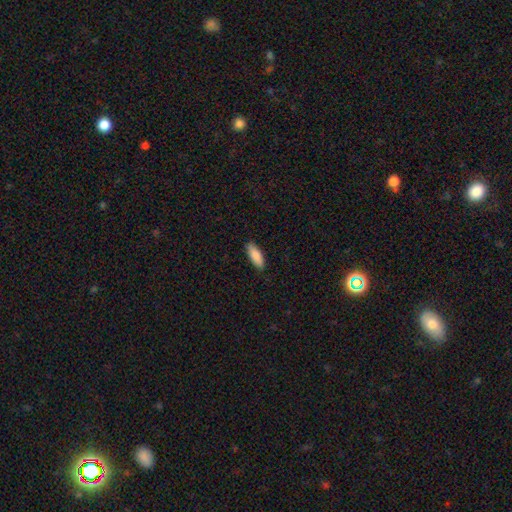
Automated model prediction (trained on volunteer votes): This appears to be a smooth galaxy with no disk features (88%) that is in between round and cigar-shaped (69%). Merging: none (87%).